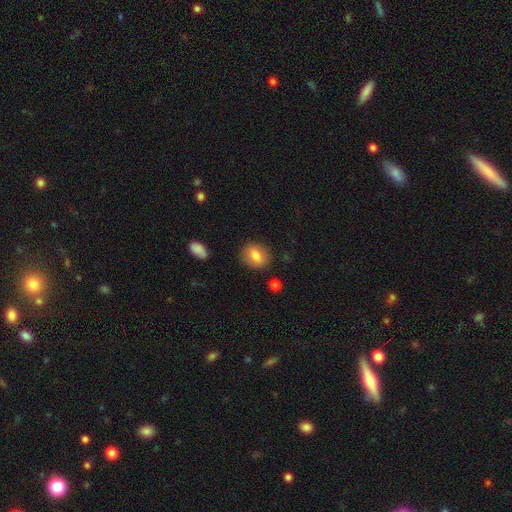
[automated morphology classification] Q: Smooth or featured?
A: smooth (79%); runner-up: featured or disk (13%)
Q: How rounded?
A: round (51%); runner-up: in between (47%)
Q: Merging?
A: none (84%); runner-up: minor disturbance (11%)